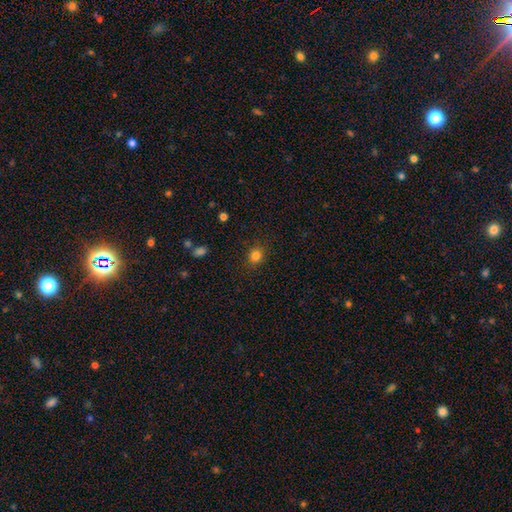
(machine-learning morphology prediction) type=smooth (82%); roundness=round (79%); merging=none (86%).